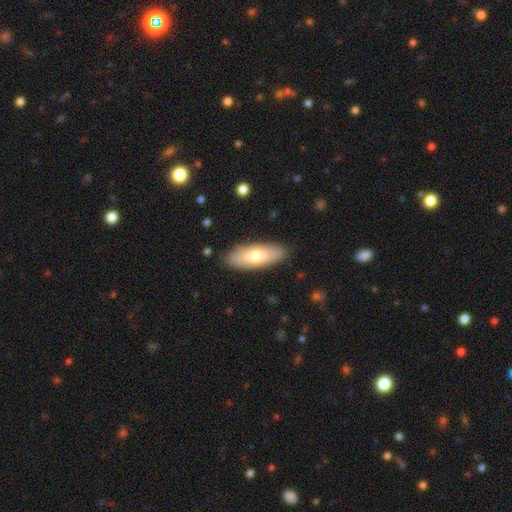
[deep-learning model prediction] This is likely a smooth galaxy (68%). How rounded: likely in between (71%). Merging: clearly none (87%).